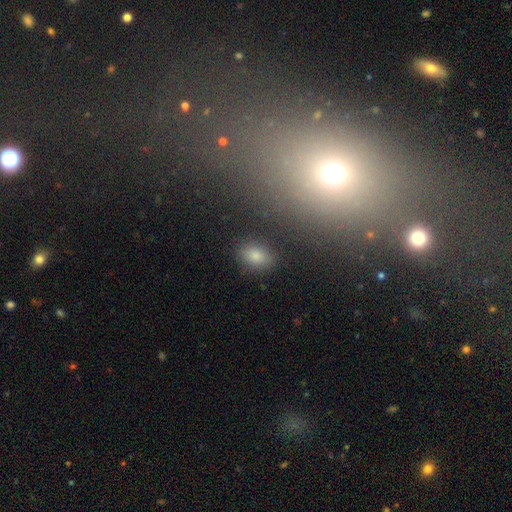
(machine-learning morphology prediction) The model was most divided on "how rounded": in between: 83%, round: 15%, cigar-shaped: 2%. More confident: merging — none (83%); smooth or featured — smooth (81%).